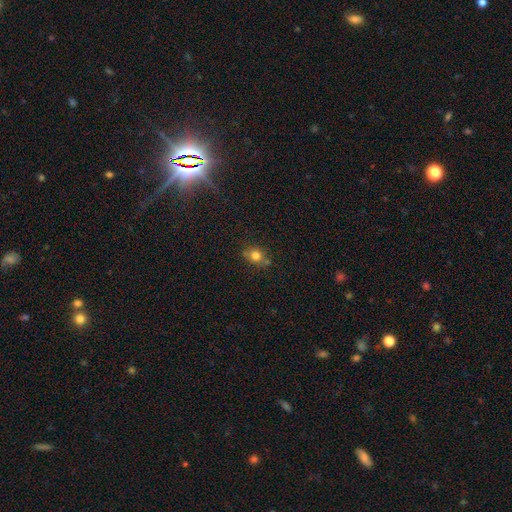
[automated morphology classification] smooth 76%, star or artifact 13%, featured or disk 10%. Down the decision tree: how rounded — round (63%); merging — none (65%).